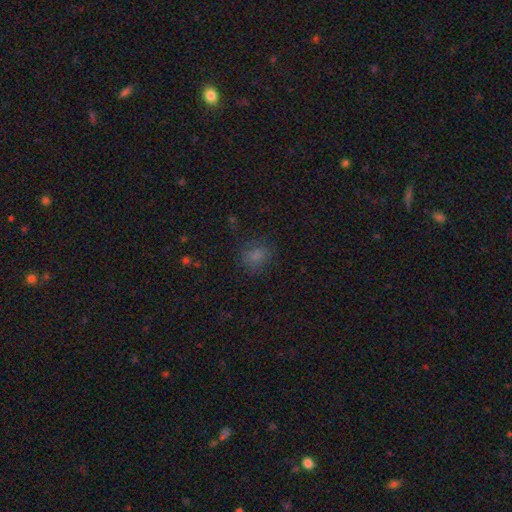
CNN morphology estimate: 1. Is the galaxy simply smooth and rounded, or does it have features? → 75% smooth, 18% star or artifact, 7% featured or disk.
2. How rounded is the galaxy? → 53% round, 46% in between, 1% cigar-shaped.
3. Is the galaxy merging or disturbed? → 72% none, 18% minor disturbance, 9% major disturbance, 2% merger.